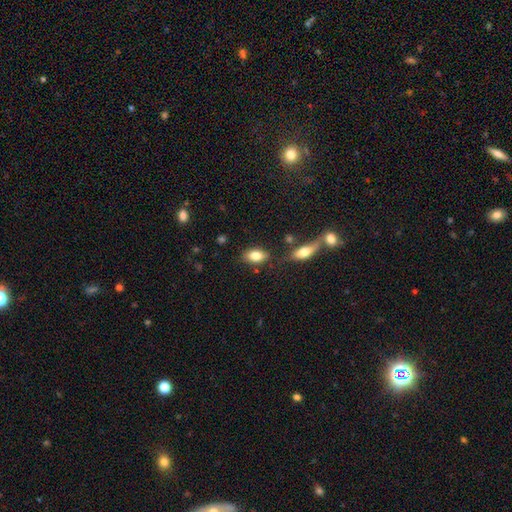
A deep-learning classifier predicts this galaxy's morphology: Smooth or featured: smooth — 79% (featured or disk — 14%)
How rounded: in between — 88% (round — 8%)
Merging: none — 76% (minor disturbance — 12%)